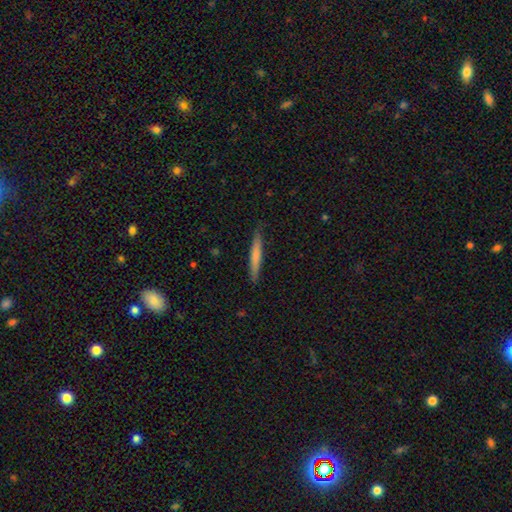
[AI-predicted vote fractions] smooth 67%, featured or disk 28%, star or artifact 5%. Down the decision tree: how rounded — cigar-shaped (95%); merging — none (88%).